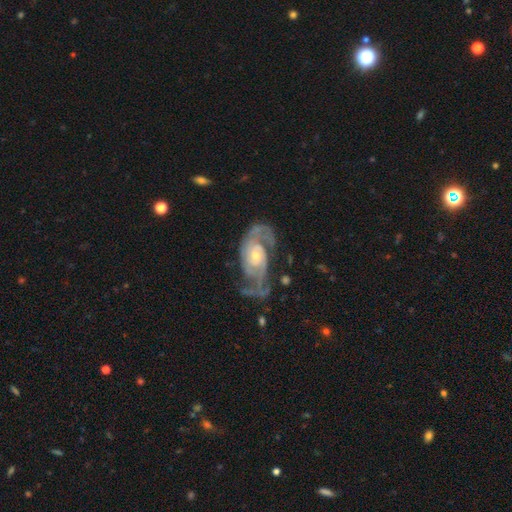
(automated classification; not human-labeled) featured or disk 89%, smooth 6%, star or artifact 5%. Down the decision tree: edge-on disk — no (96%); bar — no (68%); spiral arms — yes (96%); spiral arm count — 2 (73%); spiral winding — medium (43%); bulge size — small (51%); merging — none (56%).